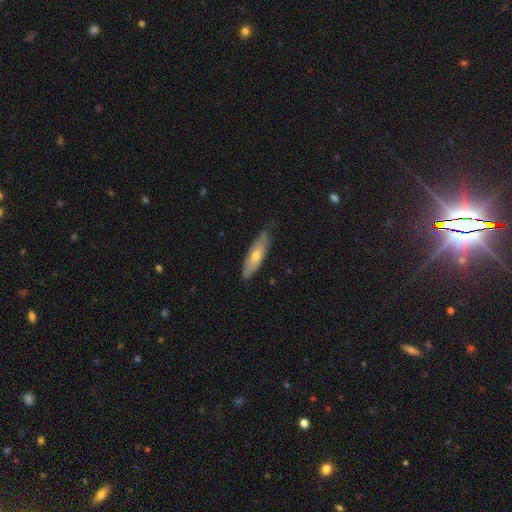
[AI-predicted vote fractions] Overall: smooth (52%; featured or disk 42%). How rounded: cigar-shaped (56%; in between 41%). Merging: none (73%).